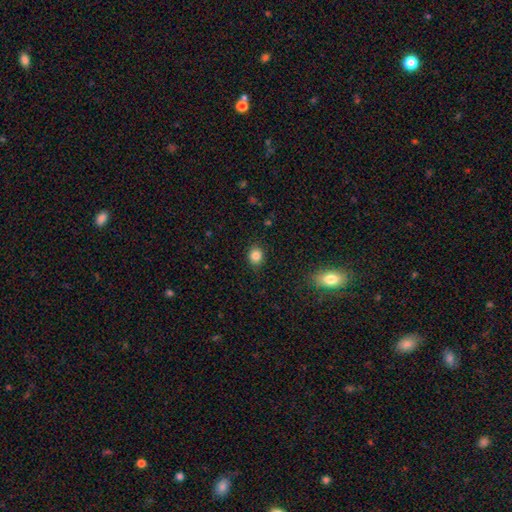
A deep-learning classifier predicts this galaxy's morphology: Smooth or featured? smooth (84%)
How rounded? round (65%)
Merging? none (86%)